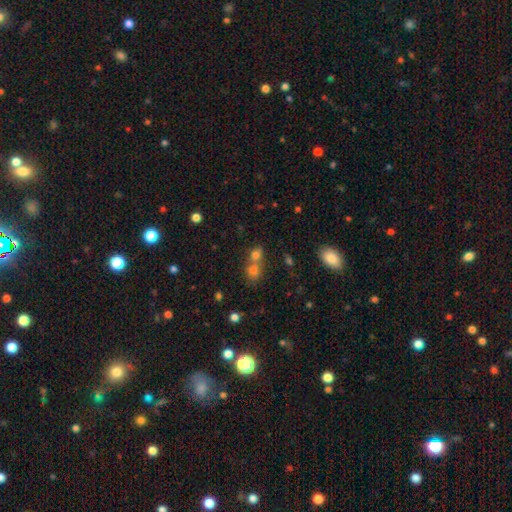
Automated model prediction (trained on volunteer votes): This appears to be a smooth galaxy with no disk features (69%) that is round (59%). Merging: merger (54%).